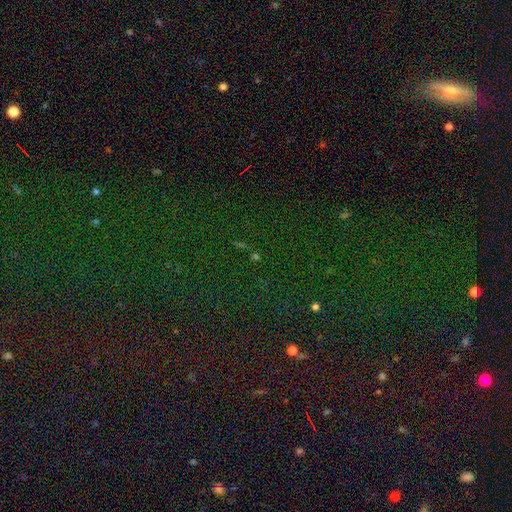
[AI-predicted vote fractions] A star or artifact, not a galaxy (77%).